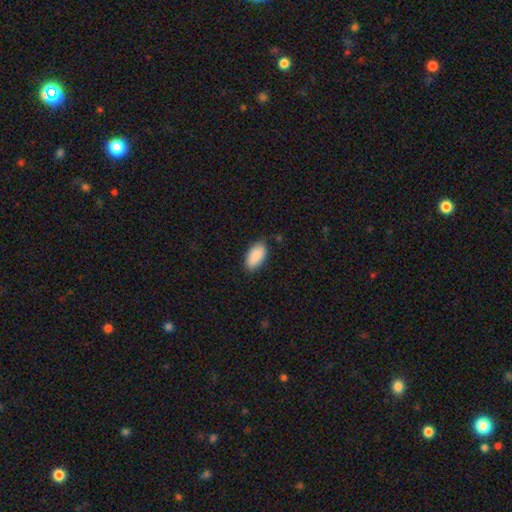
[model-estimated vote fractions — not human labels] Morphology: type=smooth (90%); roundness=in between (94%); merging=none (78%).